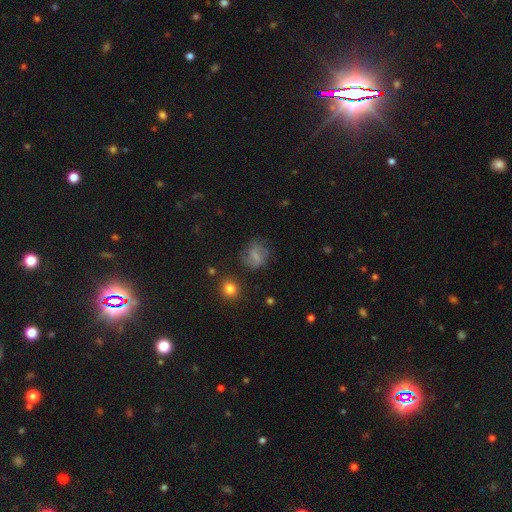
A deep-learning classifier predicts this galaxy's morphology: This appears to be a smooth galaxy with no disk features (59%) that is round (70%). Merging: none (66%).